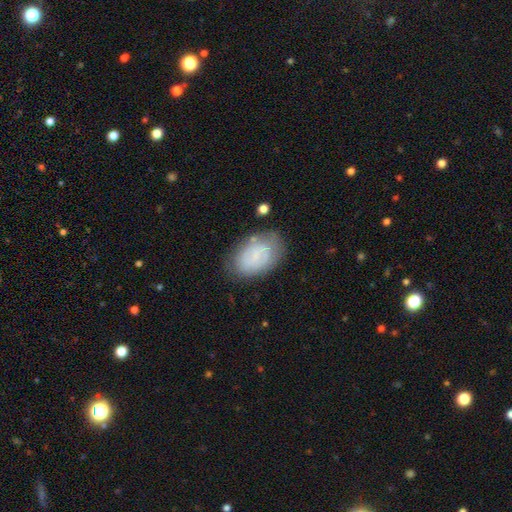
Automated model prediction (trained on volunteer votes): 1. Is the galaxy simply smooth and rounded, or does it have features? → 53% smooth, 39% featured or disk, 9% star or artifact.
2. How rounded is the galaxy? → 87% in between, 12% round, 1% cigar-shaped.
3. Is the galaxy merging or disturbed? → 70% none, 20% minor disturbance, 7% major disturbance, 3% merger.